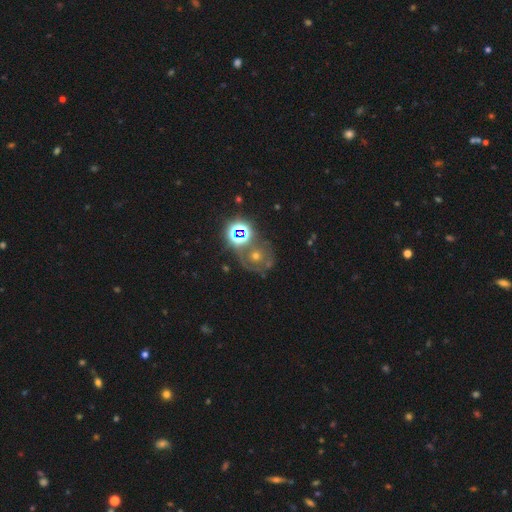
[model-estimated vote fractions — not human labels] smooth_or_featured: featured or disk (p=0.35) [tied with: star or artifact p=0.35]
merging: none (p=0.57) [alt: merger p=0.16]